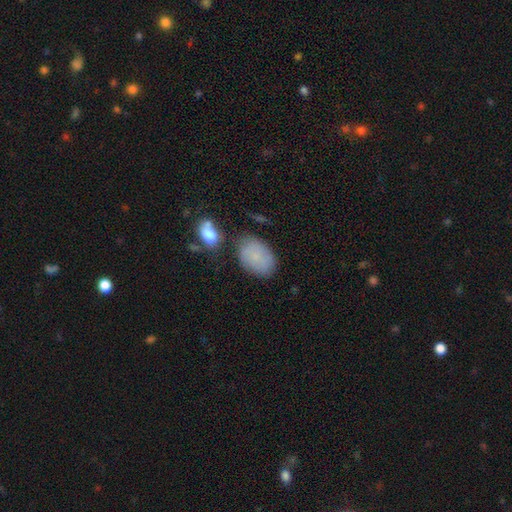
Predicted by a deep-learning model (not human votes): This appears to be a smooth galaxy with no disk features (75%) that is in between round and cigar-shaped (85%). Merging: none (67%).